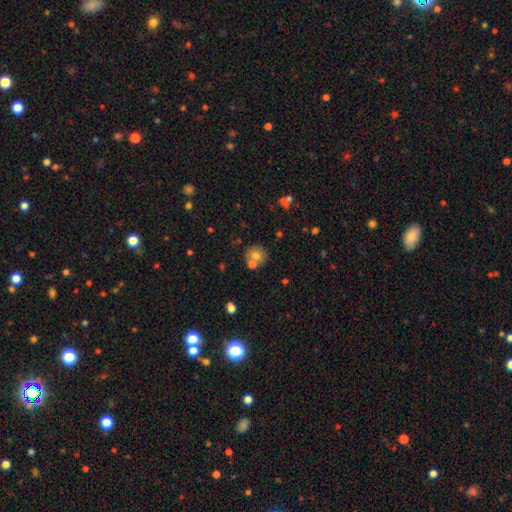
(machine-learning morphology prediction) A smooth galaxy with no disk features (69%) that is round (85%). Merging: none (59%).